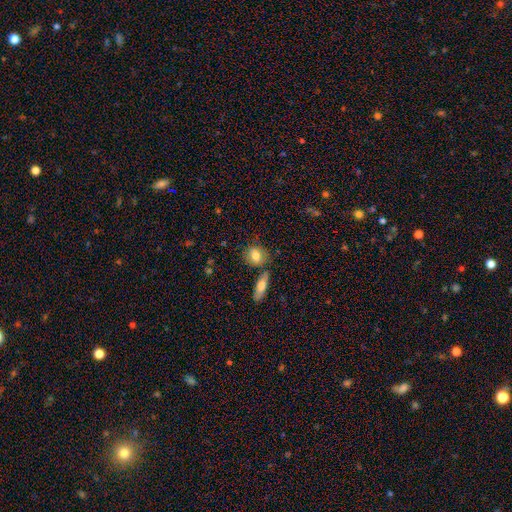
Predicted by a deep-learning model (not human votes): The model was most divided on "how rounded": in between: 55%, round: 41%, cigar-shaped: 4%. More confident: smooth or featured — smooth (80%); merging — none (68%).